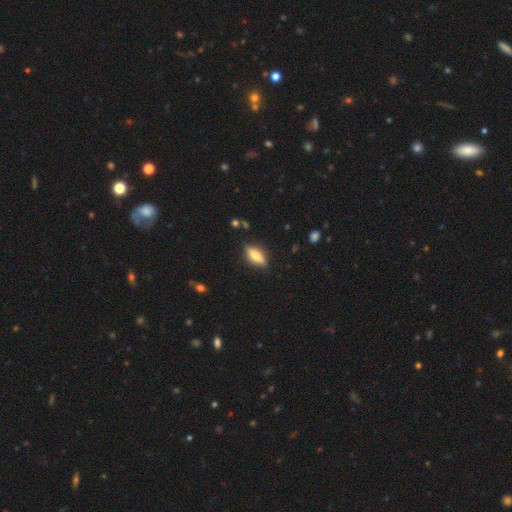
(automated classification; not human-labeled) Overall: smooth (61%; featured or disk 32%). How rounded: in between (61%; cigar-shaped 36%). Merging: none (83%).